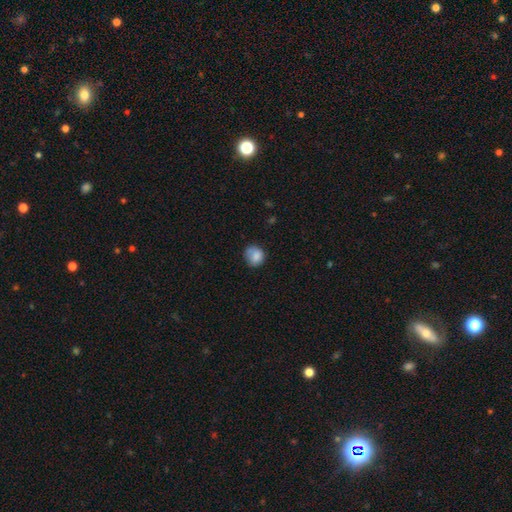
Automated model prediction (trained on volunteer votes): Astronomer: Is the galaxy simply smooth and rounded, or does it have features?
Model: smooth — 83%.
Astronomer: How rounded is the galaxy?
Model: round — 80%.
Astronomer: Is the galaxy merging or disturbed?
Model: none — 63%.